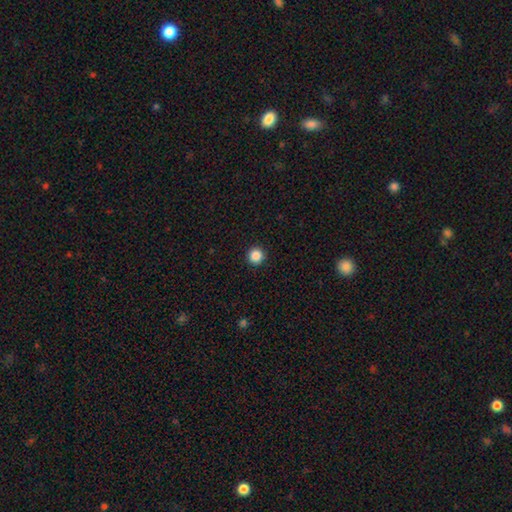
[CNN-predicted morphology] A smooth galaxy with no disk features (87%) that is round (96%). Merging: none (93%).